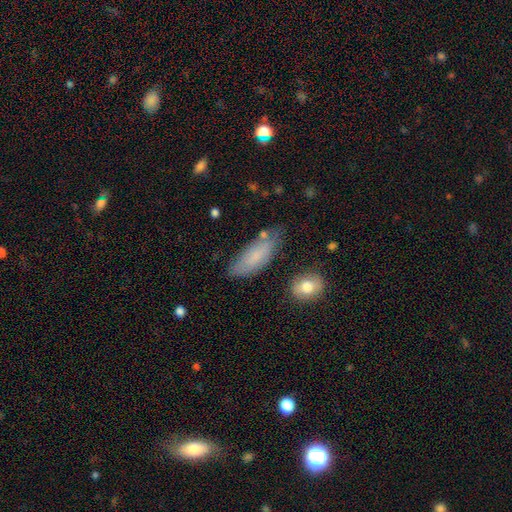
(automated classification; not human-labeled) This is likely a smooth galaxy (72%). How rounded: likely in between (74%). Merging: likely none (66%).